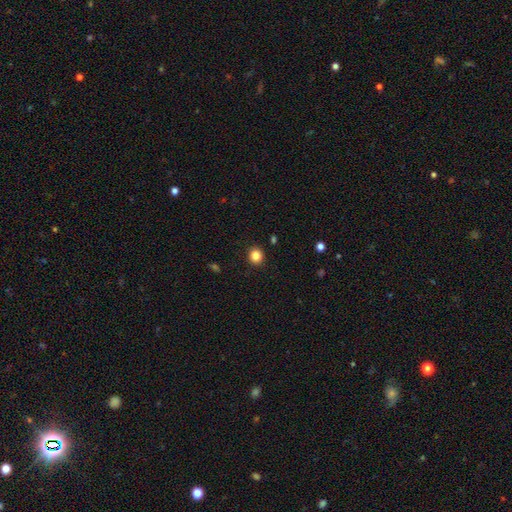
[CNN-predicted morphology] This is clearly a smooth galaxy (84%). How rounded: clearly round (85%). Merging: clearly none (92%).